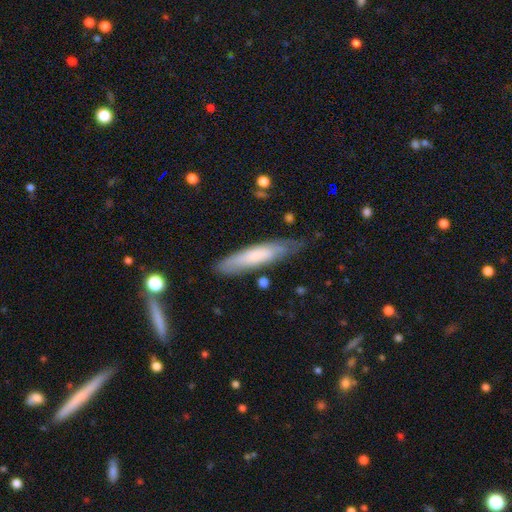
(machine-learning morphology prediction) This is likely a smooth galaxy (62%). How rounded: likely cigar-shaped (78%). Merging: likely none (73%).